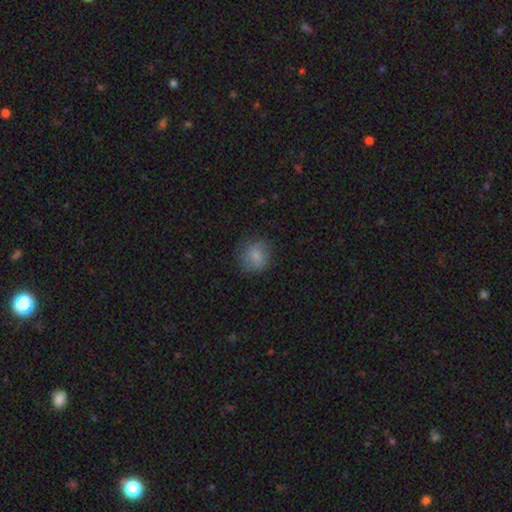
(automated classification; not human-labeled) Smooth or featured: smooth — 81% (featured or disk — 10%)
How rounded: round — 80% (in between — 19%)
Merging: none — 78% (minor disturbance — 15%)